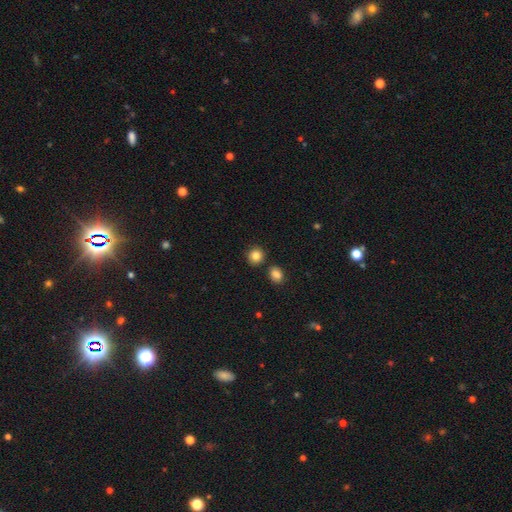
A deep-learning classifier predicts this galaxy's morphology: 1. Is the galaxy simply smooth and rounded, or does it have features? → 86% smooth, 10% star or artifact, 4% featured or disk.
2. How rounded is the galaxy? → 85% round, 14% in between, 1% cigar-shaped.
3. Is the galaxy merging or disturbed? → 82% none, 8% merger, 8% minor disturbance, 2% major disturbance.